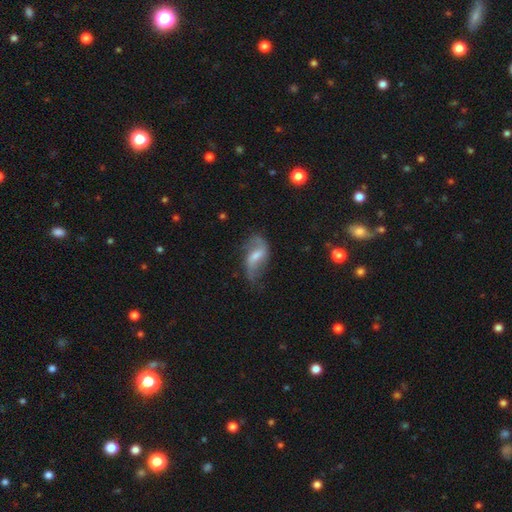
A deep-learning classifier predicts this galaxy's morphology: Smooth or featured: featured or disk — 73% (smooth — 20%)
Edge-on disk: no — 95% (yes — 5%)
Bar: weak — 51% (strong — 30%)
Spiral arms: yes — 89% (no — 11%)
Spiral winding: loose — 77% (medium — 18%)
Spiral arm count: 2 — 86% (1 — 6%)
Bulge size: moderate — 38% (small — 36%)
Merging: none — 55% (minor disturbance — 26%)